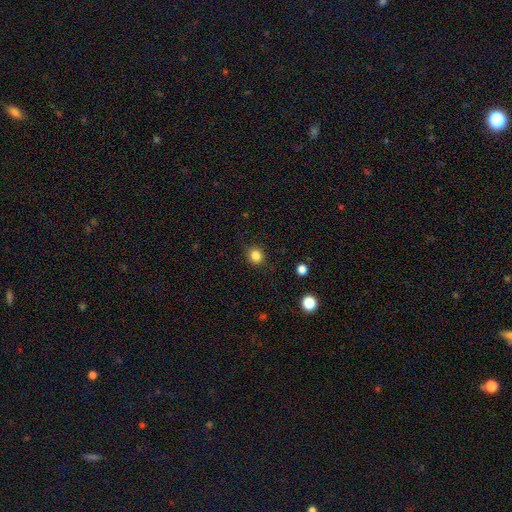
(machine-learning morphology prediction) smooth_or_featured: smooth (p=0.84) [alt: star or artifact p=0.11]
how_rounded: round (p=0.86) [alt: in between p=0.13]
merging: none (p=0.88) [alt: minor disturbance p=0.08]